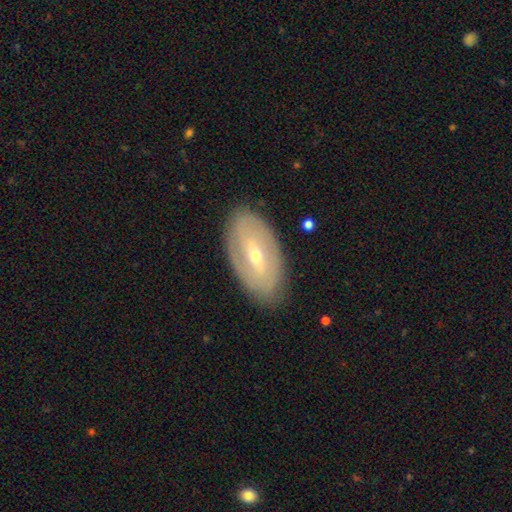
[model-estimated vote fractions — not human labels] featured or disk 67%, smooth 27%, star or artifact 6%. Down the decision tree: edge-on disk — no (89%); bar — weak (42%); spiral arms — no (52%); bulge size — small (58%); merging — none (83%).